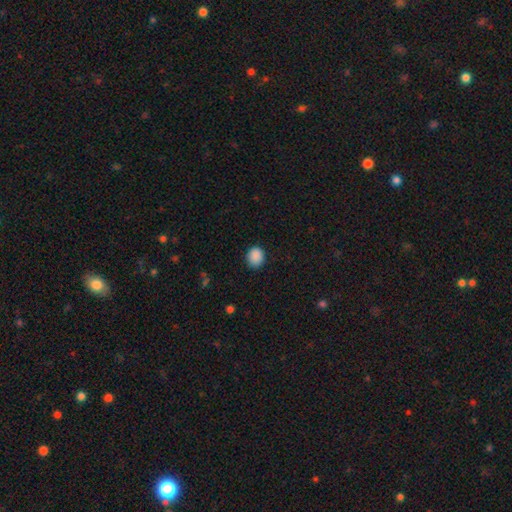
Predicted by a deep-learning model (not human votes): This appears to be a smooth galaxy with no disk features (89%) that is round (69%). Merging: none (85%).